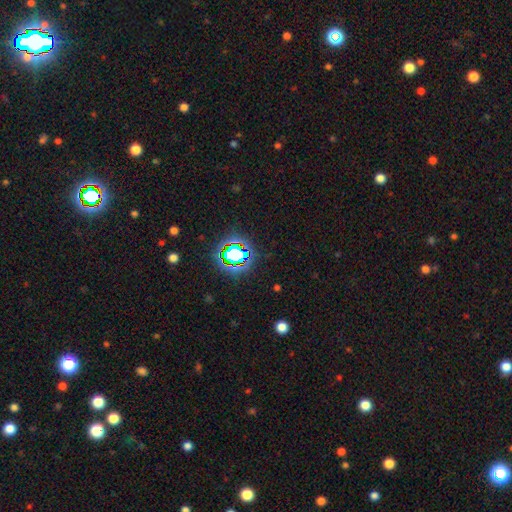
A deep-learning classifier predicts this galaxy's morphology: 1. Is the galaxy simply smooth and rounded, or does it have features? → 77% star or artifact, 15% smooth, 7% featured or disk.